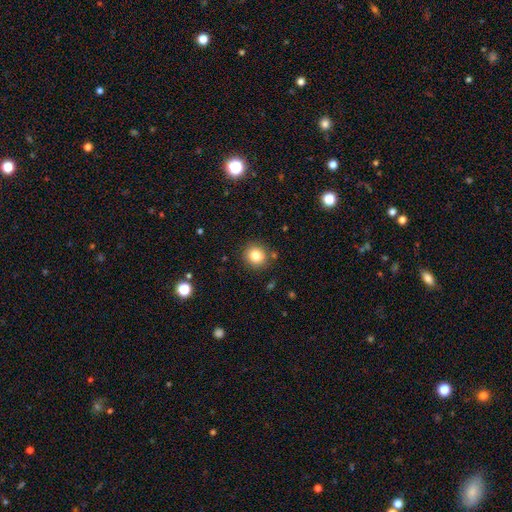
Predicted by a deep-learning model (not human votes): smooth-or-featured: smooth: 81% | star or artifact: 11% | featured or disk: 7%
  how-rounded: round: 88% | in between: 11% | cigar-shaped: 1%
  merging: none: 86% | minor disturbance: 8% | merger: 3% | major disturbance: 3%